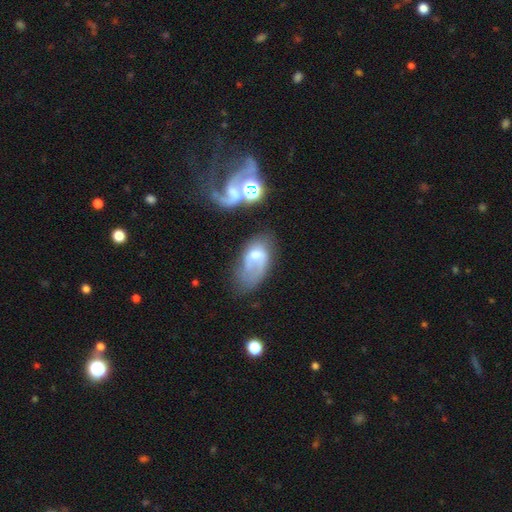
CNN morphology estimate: type=featured or disk (57%); edge-on=no (94%); bar=no (62%); spiral arms=yes (70%); bulge=moderate (55%); merging=none (33%).